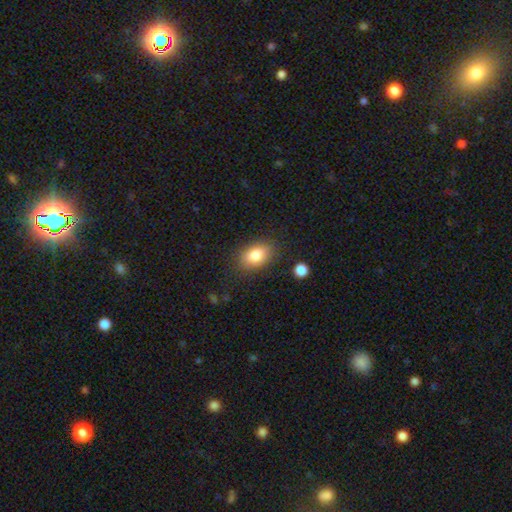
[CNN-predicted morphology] A smooth galaxy with no disk features (83%) that is in between round and cigar-shaped (84%). Merging: none (83%).